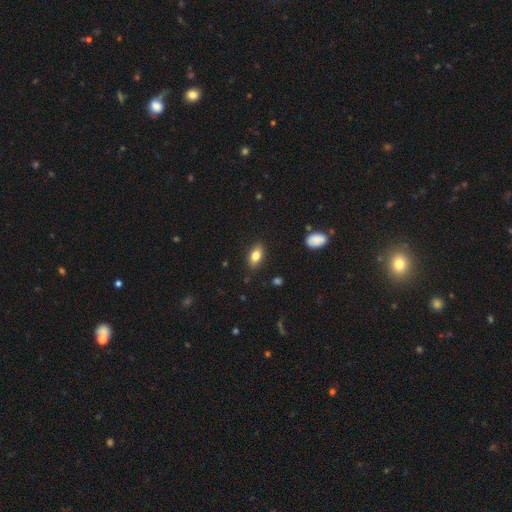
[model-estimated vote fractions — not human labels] smooth 81%, featured or disk 12%, star or artifact 8%. Down the decision tree: how rounded — in between (88%); merging — none (86%).